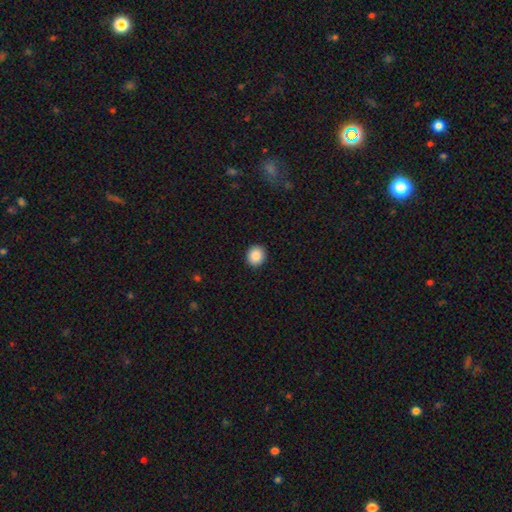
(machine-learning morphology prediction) A smooth galaxy with no disk features (88%) that is round (87%).

Vote fractions:
- Smooth or featured? smooth: 88% / star or artifact: 8% / featured or disk: 4%
- How rounded? round: 87% / in between: 12% / cigar-shaped: 1%
- Merging? none: 92% / minor disturbance: 5% / major disturbance: 2% / merger: 1%